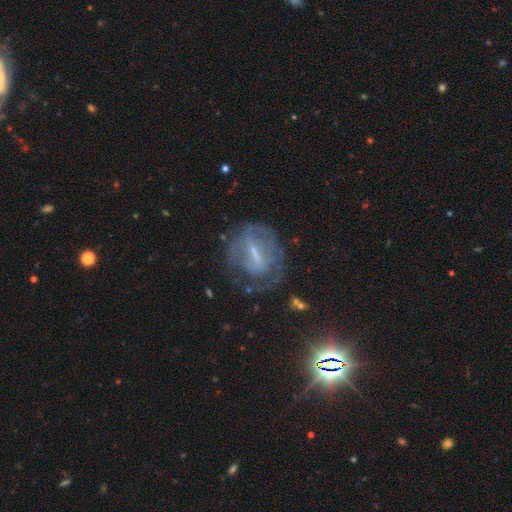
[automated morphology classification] type=featured or disk (67%); edge-on=no (92%); bar=strong (41%); spiral arms=yes (55%); bulge=small (54%); merging=none (55%).